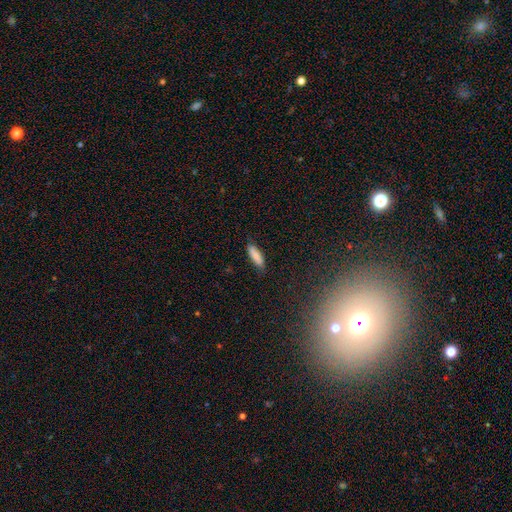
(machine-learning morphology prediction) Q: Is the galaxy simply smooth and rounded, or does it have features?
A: smooth — 84%.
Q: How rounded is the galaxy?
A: cigar-shaped — 54%.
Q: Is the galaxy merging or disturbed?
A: none — 80%.